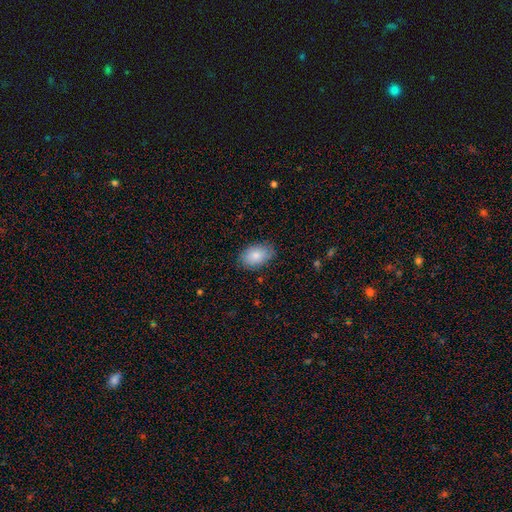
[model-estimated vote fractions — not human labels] smooth 84%, featured or disk 10%, star or artifact 7%. Down the decision tree: how rounded — in between (89%); merging — none (82%).